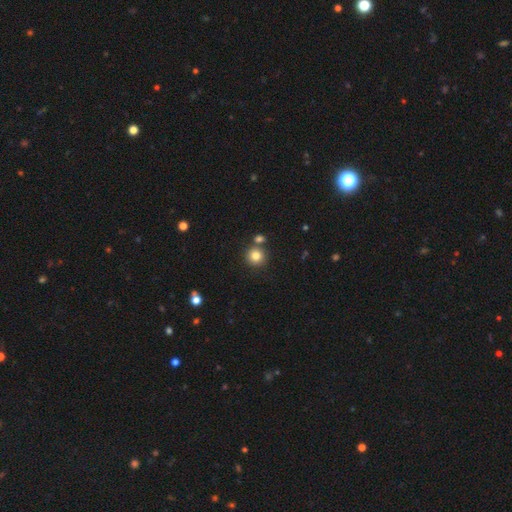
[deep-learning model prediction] A smooth galaxy with no disk features (81%) that is round (93%). Merging: none (74%).